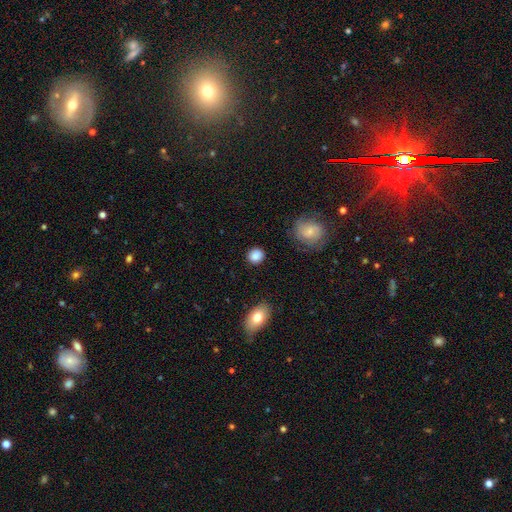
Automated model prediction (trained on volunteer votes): smooth_or_featured: smooth (p=0.86) [alt: star or artifact p=0.08]
how_rounded: round (p=0.81) [alt: in between p=0.18]
merging: none (p=0.86) [alt: minor disturbance p=0.09]